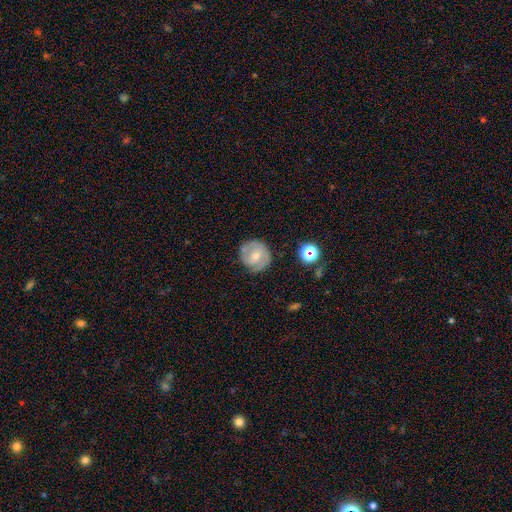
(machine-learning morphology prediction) smooth_or_featured: featured or disk (p=0.53) [alt: smooth p=0.39]
disk_edge_on: no (p=0.97) [alt: yes p=0.03]
bar: no (p=0.61) [alt: weak p=0.32]
has_spiral_arms: yes (p=0.68) [alt: no p=0.32]
bulge_size: small (p=0.54) [alt: moderate p=0.42]
merging: none (p=0.71) [alt: minor disturbance p=0.19]